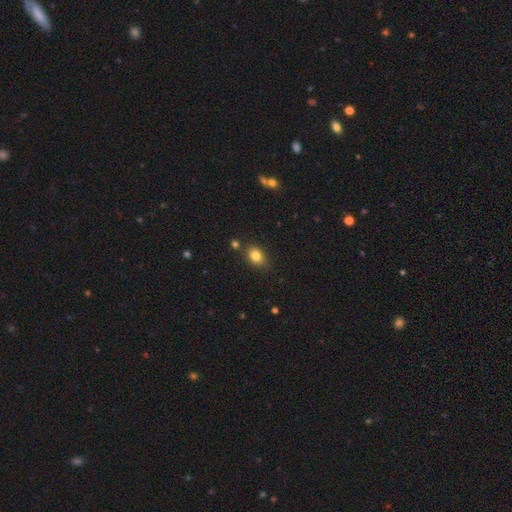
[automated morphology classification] Overall: smooth (82%). How rounded: in between (70%). Merging: none (79%).